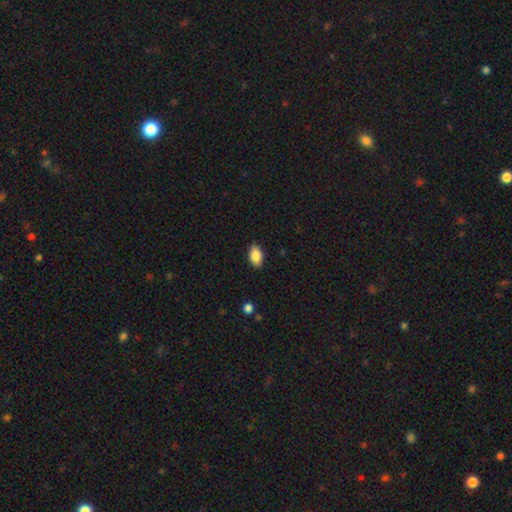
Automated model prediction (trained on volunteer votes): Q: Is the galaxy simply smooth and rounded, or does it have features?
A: smooth — 86%.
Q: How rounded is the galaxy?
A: in between — 92%.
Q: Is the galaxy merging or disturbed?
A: none — 87%.